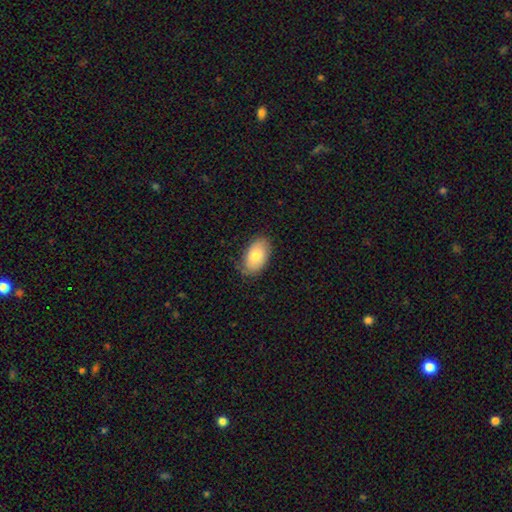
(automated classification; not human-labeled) Overall: smooth (80%). How rounded: in between (94%). Merging: none (79%).